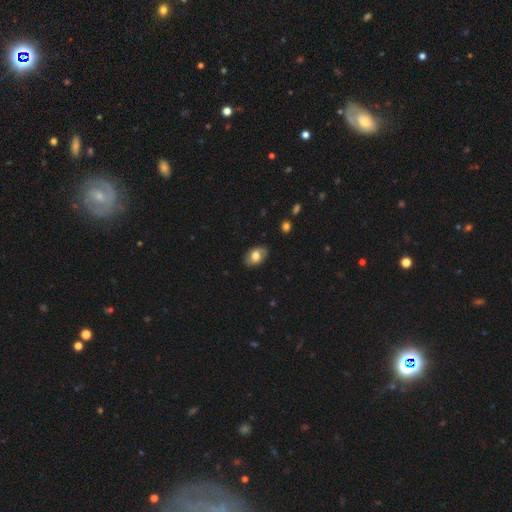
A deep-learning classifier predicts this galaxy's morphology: smooth 68%, featured or disk 24%, star or artifact 7%. Down the decision tree: how rounded — in between (84%); merging — none (82%).